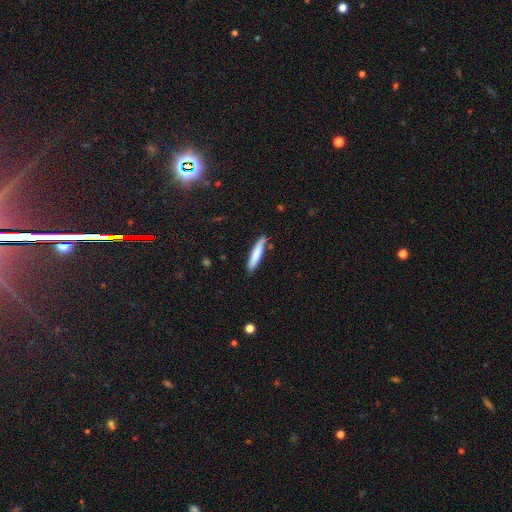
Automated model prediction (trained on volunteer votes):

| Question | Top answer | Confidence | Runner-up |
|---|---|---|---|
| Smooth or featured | smooth | 80% | featured or disk (15%) |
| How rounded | cigar-shaped | 88% | in between (11%) |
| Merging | none | 83% | minor disturbance (13%) |